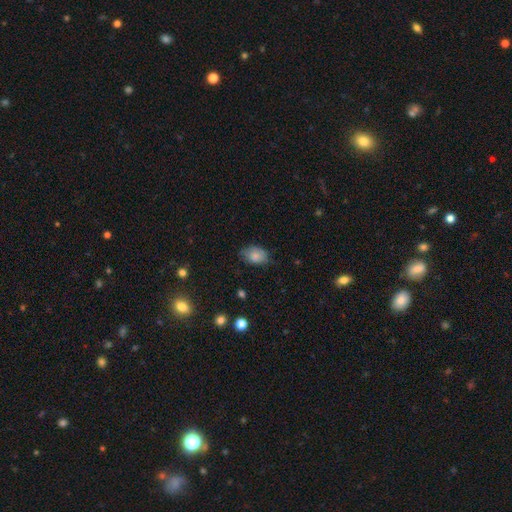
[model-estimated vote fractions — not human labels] Smooth or featured: smooth — 82% (featured or disk — 10%)
How rounded: in between — 82% (round — 17%)
Merging: none — 66% (minor disturbance — 27%)